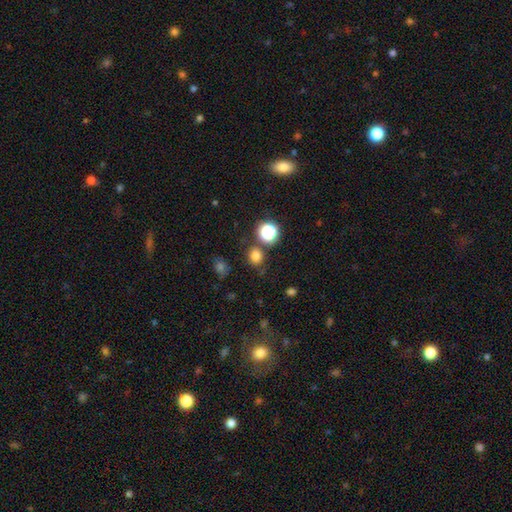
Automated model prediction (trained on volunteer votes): A smooth galaxy with no disk features (73%) that is round (76%).

Vote fractions:
- Smooth or featured? smooth: 73% / star or artifact: 21% / featured or disk: 5%
- How rounded? round: 76% / in between: 23% / cigar-shaped: 1%
- Merging? none: 77% / minor disturbance: 11% / merger: 9% / major disturbance: 4%